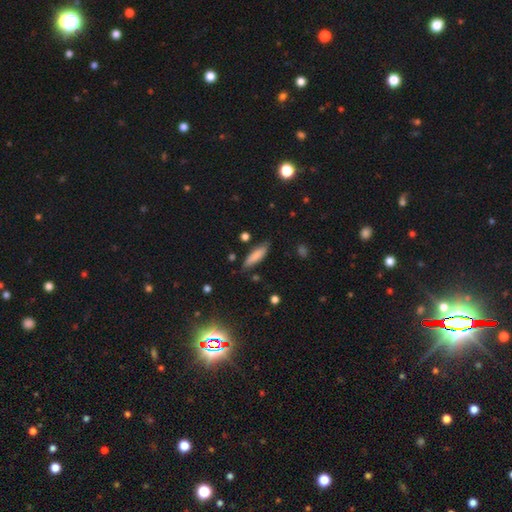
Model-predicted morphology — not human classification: Q: Smooth or featured?
A: smooth (81%); runner-up: featured or disk (12%)
Q: How rounded?
A: cigar-shaped (59%); runner-up: in between (39%)
Q: Merging?
A: none (79%); runner-up: minor disturbance (15%)